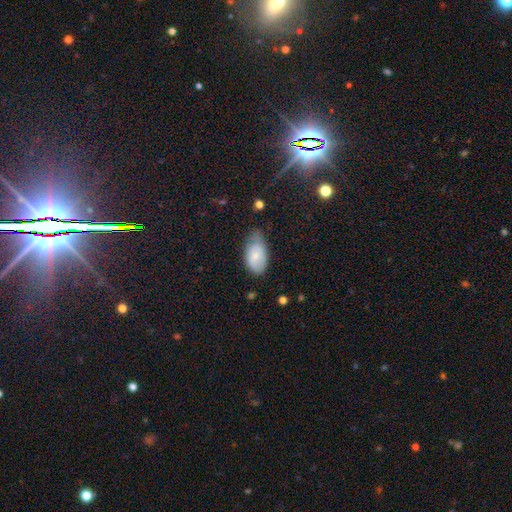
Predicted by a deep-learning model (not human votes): Smooth or featured?
  - smooth: 73% *
  - featured or disk: 20%
  - star or artifact: 7%
How rounded?
  - in between: 93% *
  - round: 5%
  - cigar-shaped: 2%
Merging?
  - none: 43% * (tied)
  - minor disturbance: 43% * (tied)
  - major disturbance: 12%
  - merger: 3%